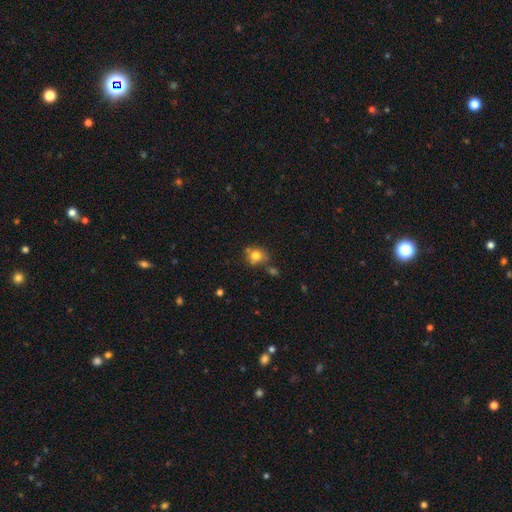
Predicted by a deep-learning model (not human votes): Smooth or featured?
  - smooth: 77% *
  - featured or disk: 12%
  - star or artifact: 11%
How rounded?
  - round: 72% *
  - in between: 27%
  - cigar-shaped: 1%
Merging?
  - none: 61% *
  - minor disturbance: 17%
  - merger: 16%
  - major disturbance: 6%